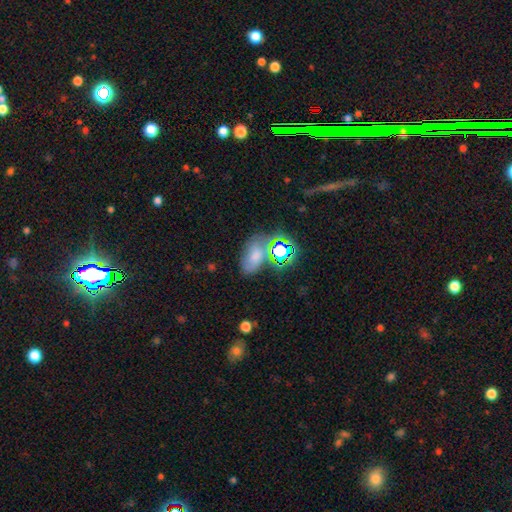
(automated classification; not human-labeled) Morphology: type=smooth (58%); roundness=in between (85%); merging=none (49%).